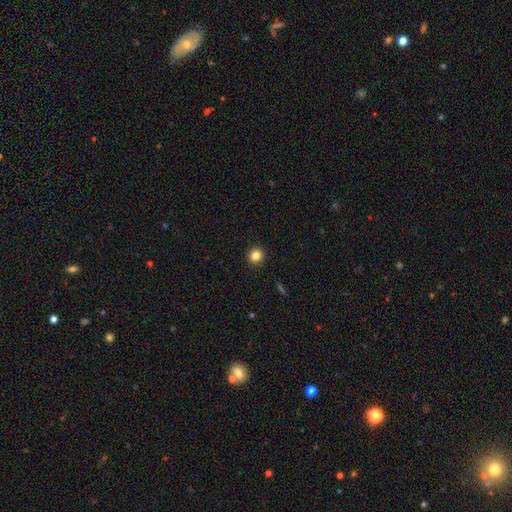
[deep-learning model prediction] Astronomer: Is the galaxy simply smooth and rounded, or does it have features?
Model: smooth — 83%.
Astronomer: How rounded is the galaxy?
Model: round — 94%.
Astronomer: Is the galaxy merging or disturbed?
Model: none — 92%.